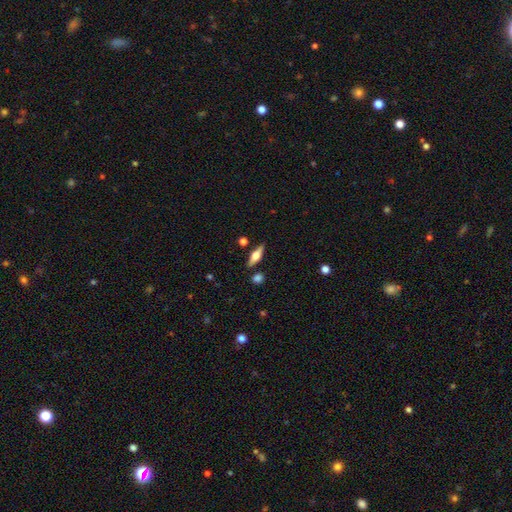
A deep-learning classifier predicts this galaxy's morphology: This is likely a featured or disk galaxy (63%). It is clearly viewed edge-on (96%). Edge-on bulge: clearly rounded (93%). Merging: clearly none (86%).